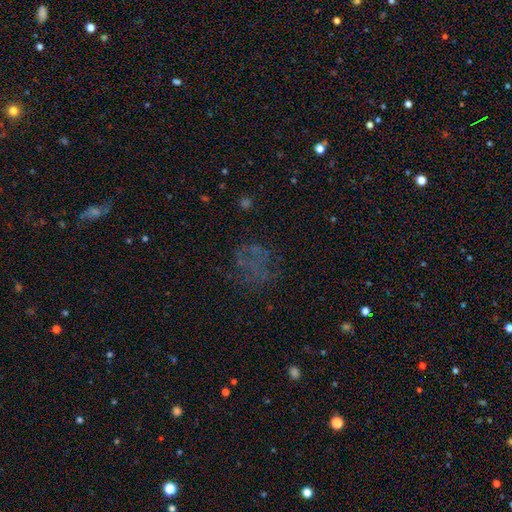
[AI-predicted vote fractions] Smooth or featured: featured or disk — 35% (star or artifact — 33%)
Merging: none — 55% (major disturbance — 26%)